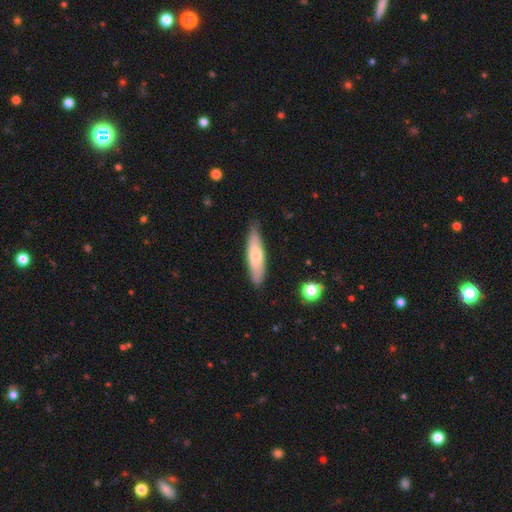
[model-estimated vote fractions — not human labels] The model was most divided on "smooth or featured": smooth: 64%, featured or disk: 31%, star or artifact: 5%. More confident: merging — none (81%); how rounded — cigar-shaped (70%).